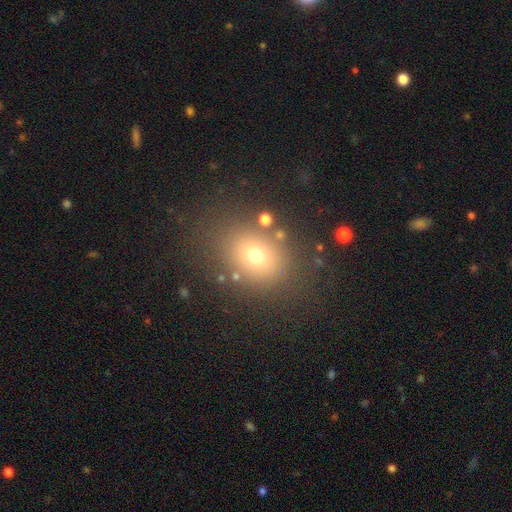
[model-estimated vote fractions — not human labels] smooth-or-featured: smooth: 68% | star or artifact: 20% | featured or disk: 12%
  how-rounded: in between: 52% | round: 47% | cigar-shaped: 1%
  merging: none: 81% | minor disturbance: 10% | major disturbance: 5% | merger: 4%